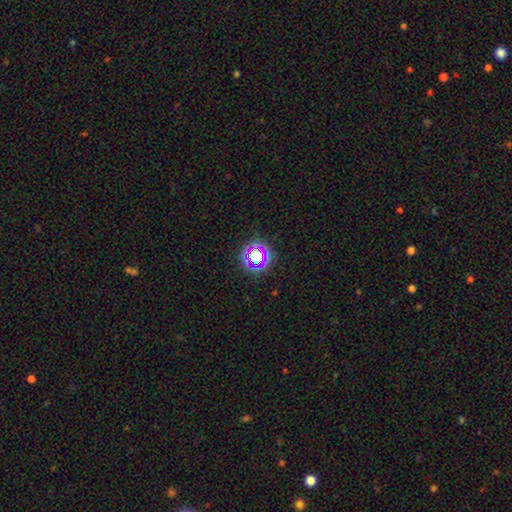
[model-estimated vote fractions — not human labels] Smooth or featured? Predicted: star or artifact (p=0.57).